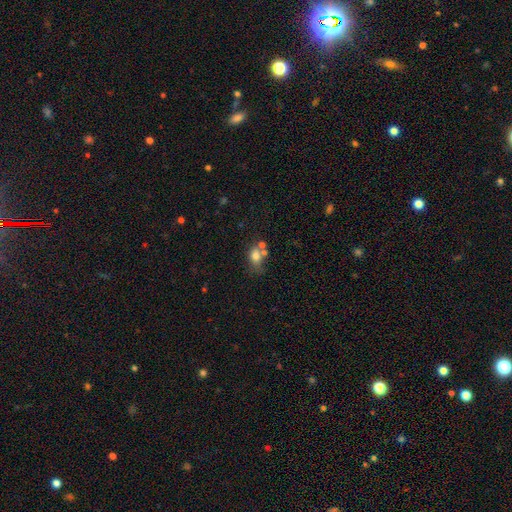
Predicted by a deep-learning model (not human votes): This is likely a smooth galaxy (74%). How rounded: likely in between (69%). Merging: marginally none (40%).